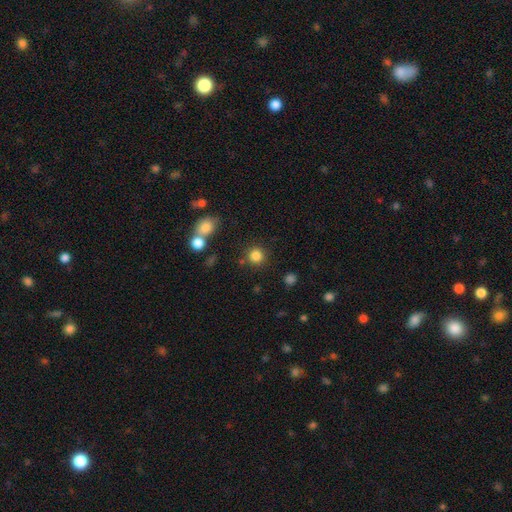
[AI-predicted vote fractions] Morphology: type=smooth (82%); roundness=round (93%); merging=none (83%).